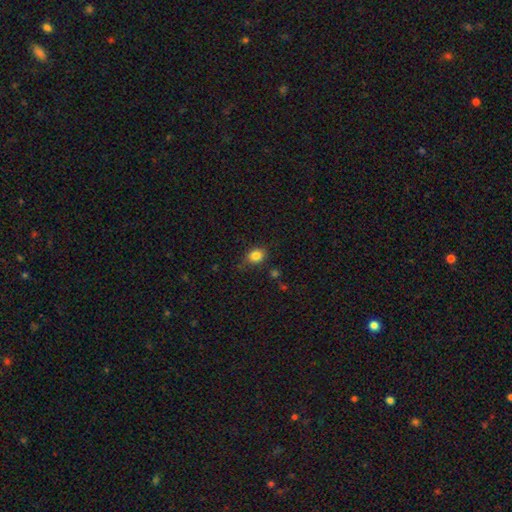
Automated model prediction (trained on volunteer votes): smooth 83%, star or artifact 11%, featured or disk 6%. Down the decision tree: how rounded — round (55%); merging — none (71%).